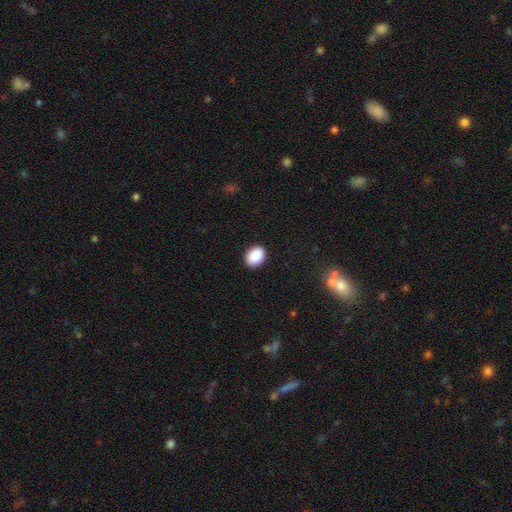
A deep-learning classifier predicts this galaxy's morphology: Smooth or featured: smooth — 88% (star or artifact — 8%)
How rounded: in between — 68% (round — 31%)
Merging: none — 89% (minor disturbance — 8%)